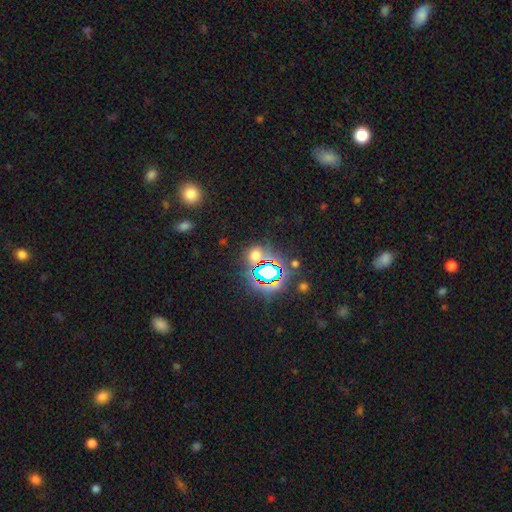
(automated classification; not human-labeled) A star or artifact, not a galaxy (54%).

Vote fractions:
- Smooth or featured? star or artifact: 54% / smooth: 37% / featured or disk: 9%